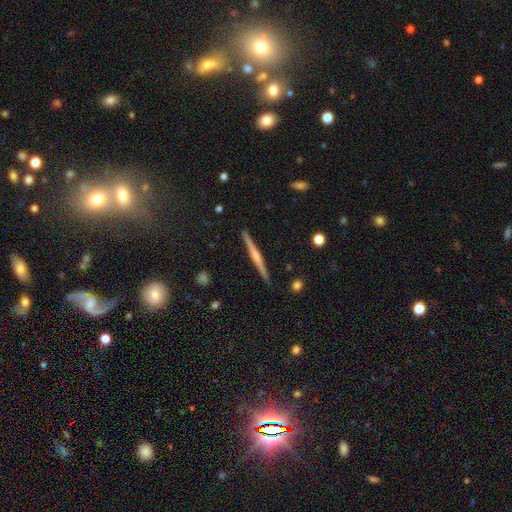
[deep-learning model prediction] Smooth or featured? featured or disk (69%)
Edge-on disk? yes (98%)
Edge-on bulge? rounded (57%)
Merging? none (92%)